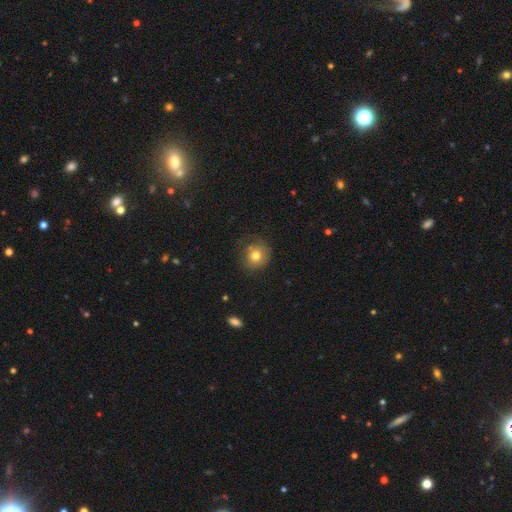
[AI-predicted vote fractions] Smooth or featured?
  - smooth: 74% *
  - featured or disk: 15%
  - star or artifact: 11%
How rounded?
  - round: 88% *
  - in between: 12%
  - cigar-shaped: 1%
Merging?
  - none: 70% *
  - minor disturbance: 20%
  - major disturbance: 9%
  - merger: 2%